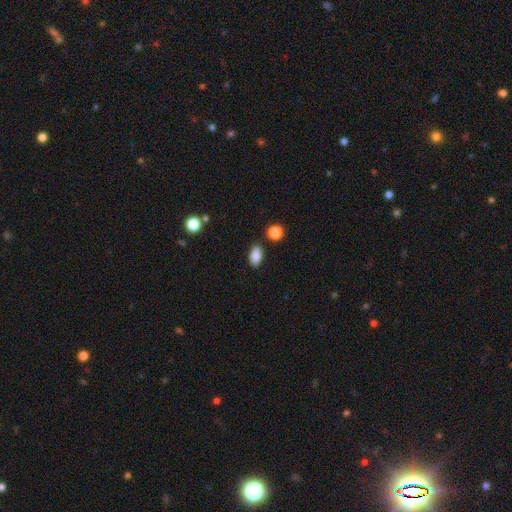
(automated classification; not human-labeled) Overall: smooth (86%). How rounded: in between (90%). Merging: none (84%).